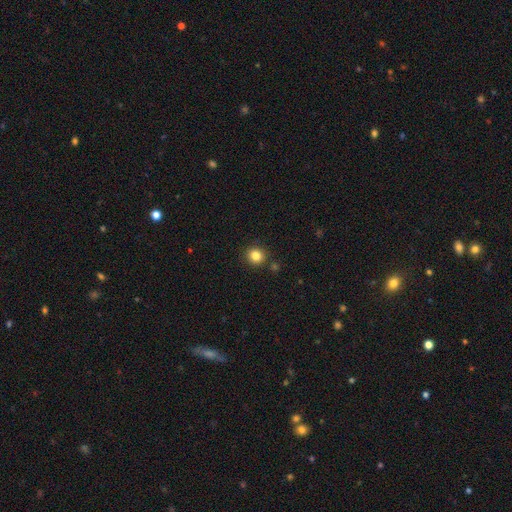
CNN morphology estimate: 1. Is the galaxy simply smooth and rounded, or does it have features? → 83% smooth, 12% star or artifact, 5% featured or disk.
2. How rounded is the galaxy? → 89% round, 10% in between, 1% cigar-shaped.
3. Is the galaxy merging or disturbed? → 87% none, 7% minor disturbance, 4% merger, 2% major disturbance.